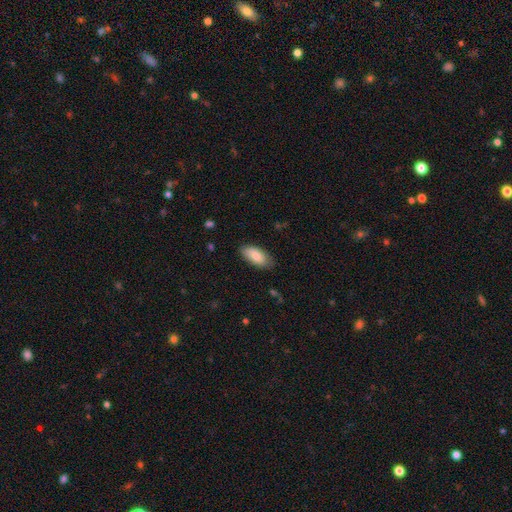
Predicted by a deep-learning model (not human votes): Morphology: type=smooth (82%); roundness=in between (91%); merging=none (81%).